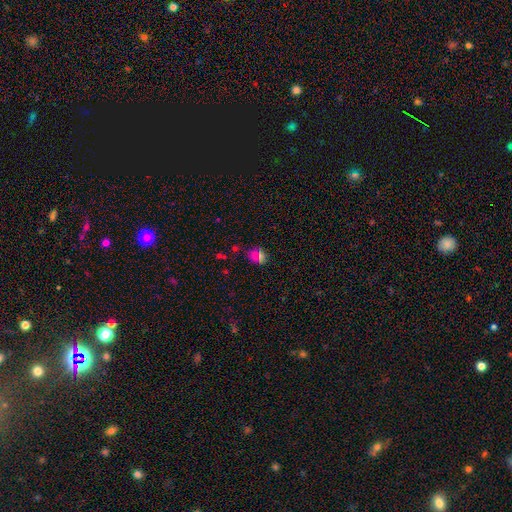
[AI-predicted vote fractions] Morphology: type=smooth (60%); roundness=round (54%); merging=none (75%).